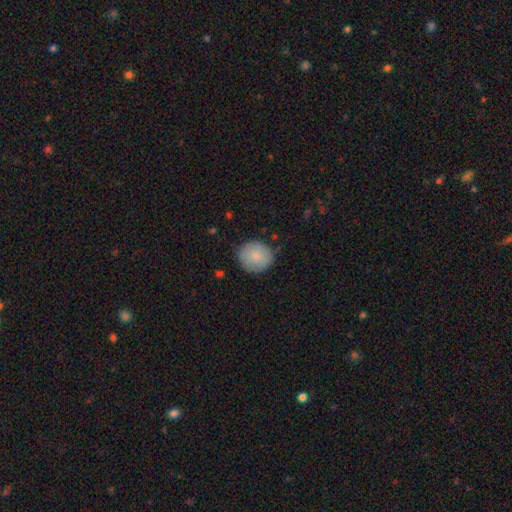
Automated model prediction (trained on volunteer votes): smooth 83%, featured or disk 10%, star or artifact 7%. Down the decision tree: how rounded — round (86%); merging — none (83%).